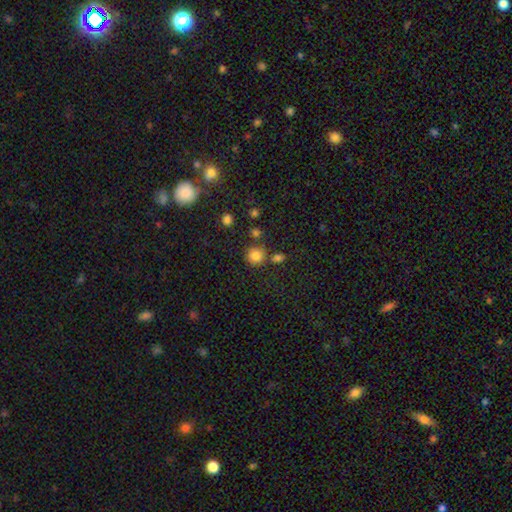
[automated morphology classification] smooth_or_featured: smooth (p=0.82) [alt: star or artifact p=0.12]
how_rounded: round (p=0.89) [alt: in between p=0.10]
merging: none (p=0.74) [alt: minor disturbance p=0.11]